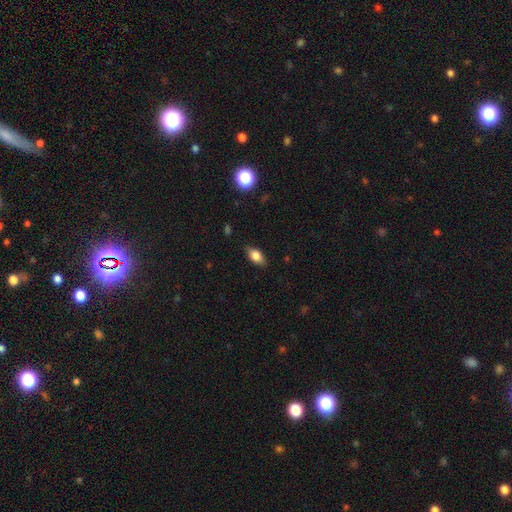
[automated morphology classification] Smooth or featured? smooth (80%)
How rounded? in between (87%)
Merging? none (84%)